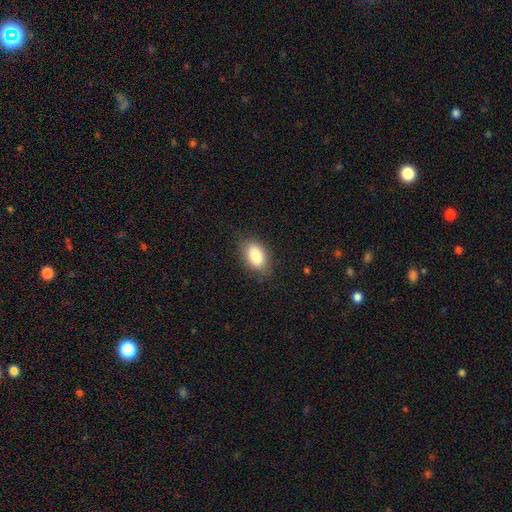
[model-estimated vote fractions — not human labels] A smooth galaxy with no disk features (86%) that is in between round and cigar-shaped (91%).

Vote fractions:
- Smooth or featured? smooth: 86% / star or artifact: 7% / featured or disk: 7%
- How rounded? in between: 91% / round: 7% / cigar-shaped: 2%
- Merging? none: 80% / minor disturbance: 15% / major disturbance: 4% / merger: 1%